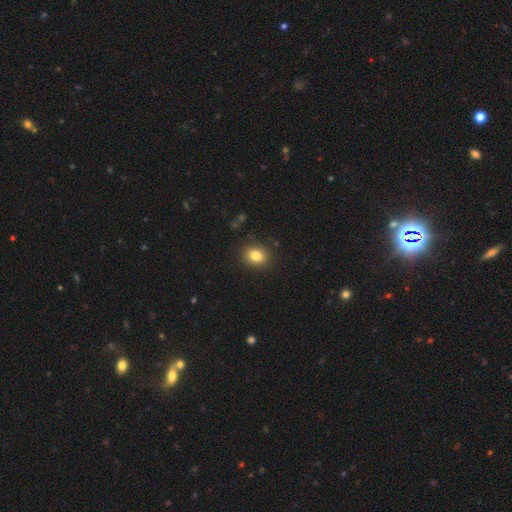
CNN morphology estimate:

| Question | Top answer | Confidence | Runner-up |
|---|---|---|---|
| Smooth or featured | smooth | 83% | star or artifact (10%) |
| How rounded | round | 53% | in between (46%) |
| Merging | none | 88% | minor disturbance (8%) |